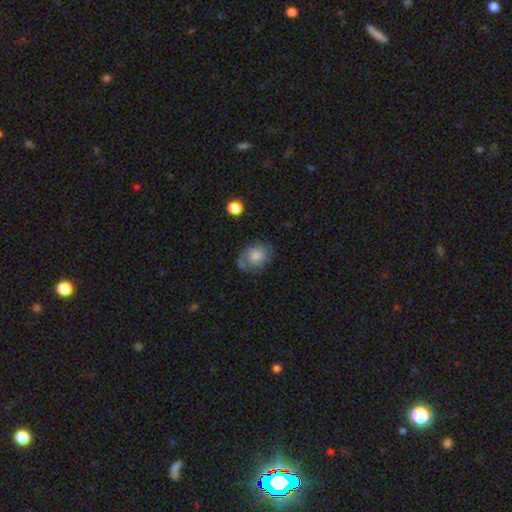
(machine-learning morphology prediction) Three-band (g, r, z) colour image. It shows a smooth galaxy with no disk features (73%) that is round (51%). Merging: none (59%).